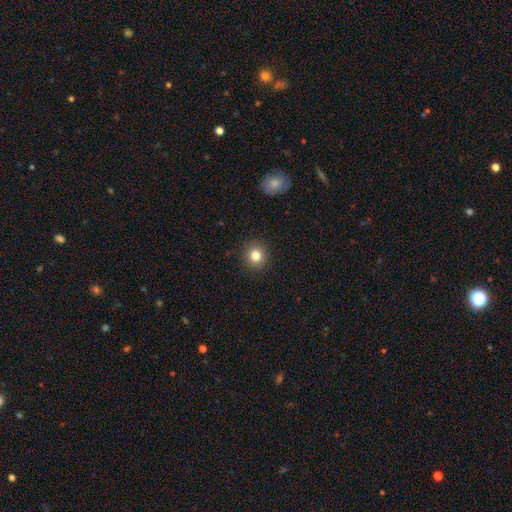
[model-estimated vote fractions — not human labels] Overall: smooth (82%). How rounded: round (89%). Merging: none (91%).